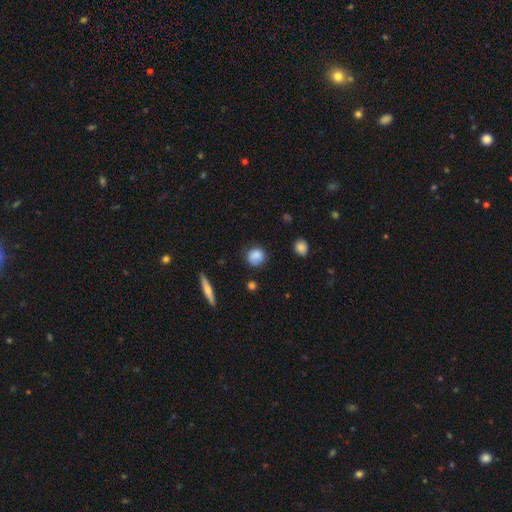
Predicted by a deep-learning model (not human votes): A smooth galaxy with no disk features (82%) that is round (81%). Merging: none (75%).